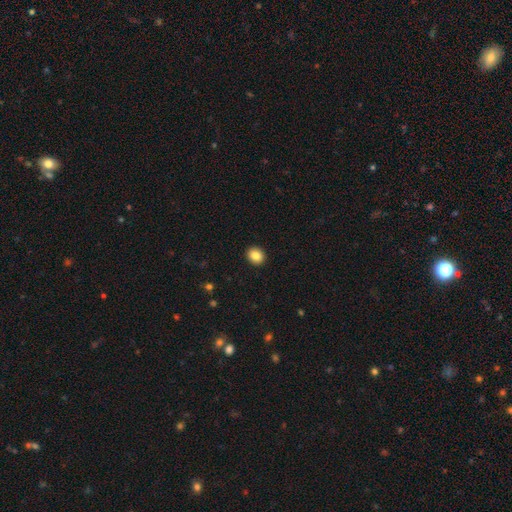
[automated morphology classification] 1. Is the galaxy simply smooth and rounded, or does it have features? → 86% smooth, 9% star or artifact, 5% featured or disk.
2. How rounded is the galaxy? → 69% round, 30% in between, 1% cigar-shaped.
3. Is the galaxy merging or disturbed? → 93% none, 5% minor disturbance, 2% major disturbance, 1% merger.